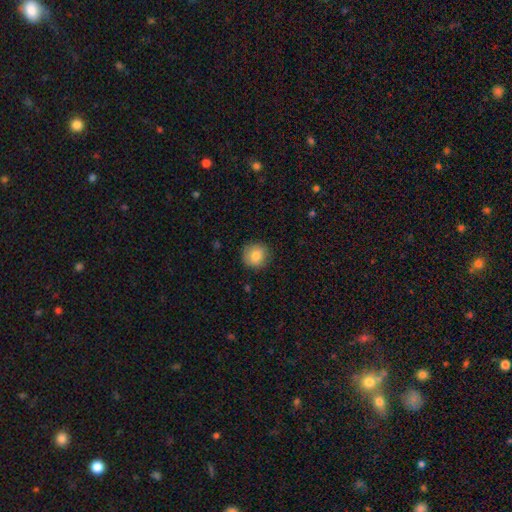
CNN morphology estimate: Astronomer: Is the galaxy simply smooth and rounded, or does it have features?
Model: smooth — 81%.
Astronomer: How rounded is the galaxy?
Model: round — 92%.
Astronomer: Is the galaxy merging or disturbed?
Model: none — 87%.